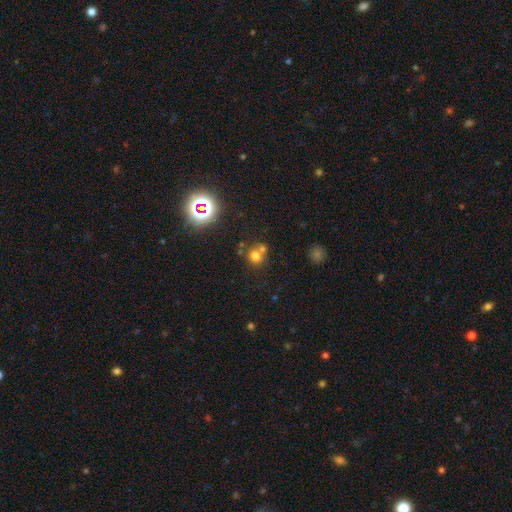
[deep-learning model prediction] This is likely a smooth galaxy (68%). How rounded: clearly round (86%). Merging: possibly none (53%).